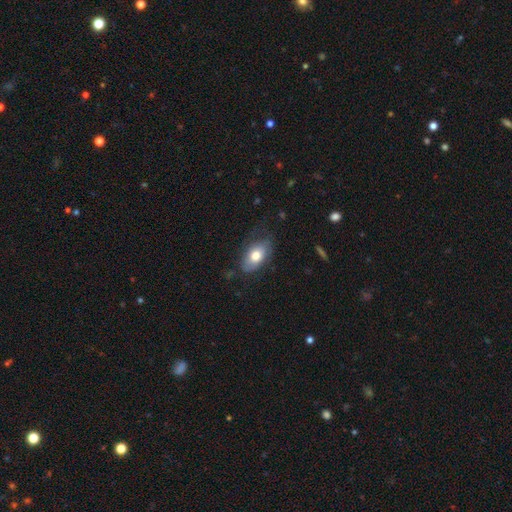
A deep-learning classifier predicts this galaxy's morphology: Smooth or featured? smooth (73%)
How rounded? in between (92%)
Merging? none (68%)